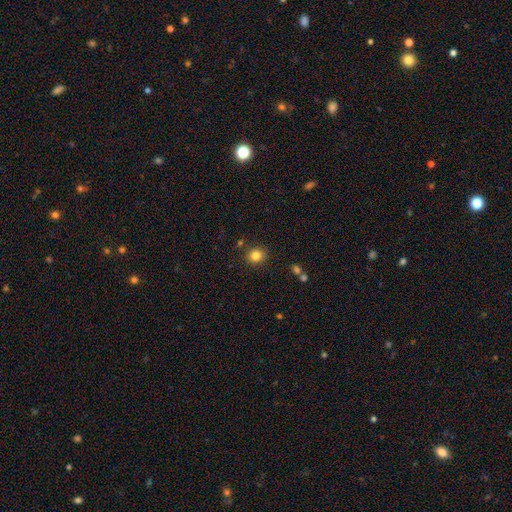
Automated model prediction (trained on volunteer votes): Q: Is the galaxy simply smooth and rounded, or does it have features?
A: smooth — 83%.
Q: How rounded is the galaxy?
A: round — 75%.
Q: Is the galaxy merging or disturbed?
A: none — 83%.